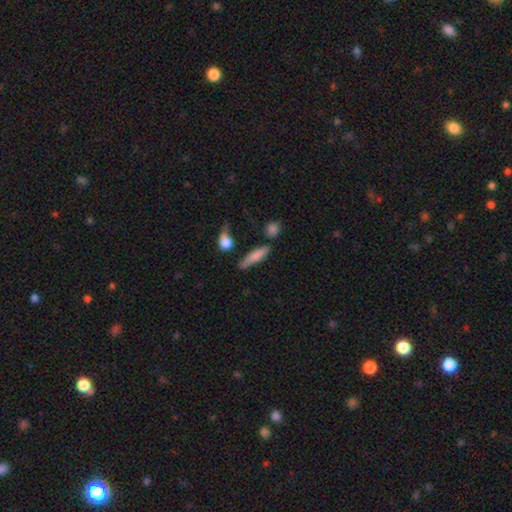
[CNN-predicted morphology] Smooth or featured? smooth (74%)
How rounded? cigar-shaped (67%)
Merging? none (61%)